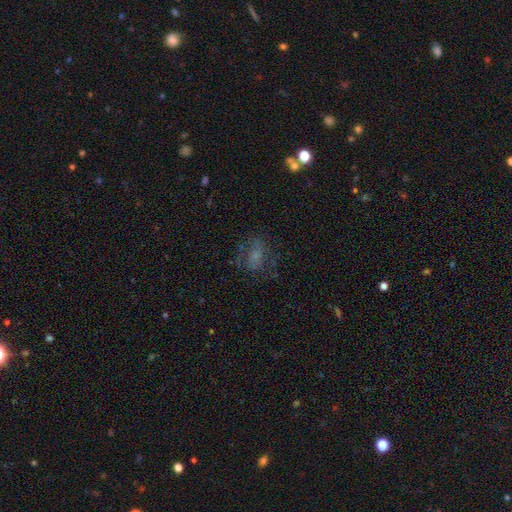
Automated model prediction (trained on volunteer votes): This appears to be a featured or disk galaxy (43%). Merging: none (59%).